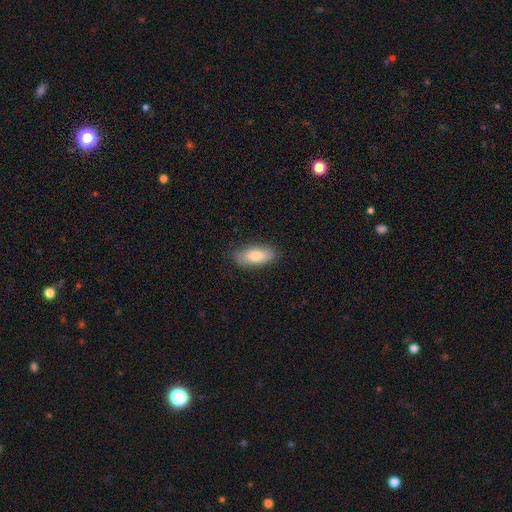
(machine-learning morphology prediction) This appears to be a smooth galaxy with no disk features (78%) that is in between round and cigar-shaped (86%). Merging: none (84%).